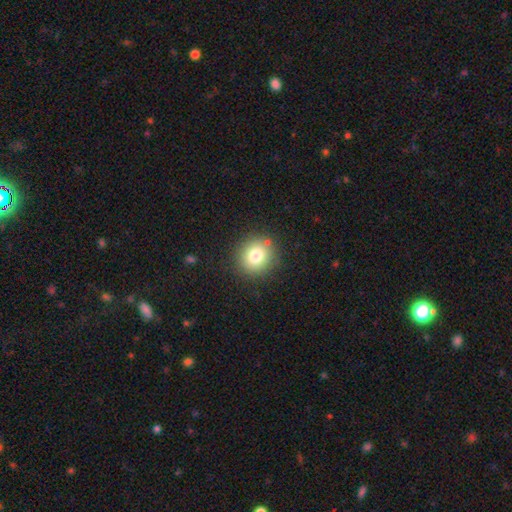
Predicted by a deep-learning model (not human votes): Smooth or featured? Predicted: smooth (p=0.80). How rounded? Predicted: round (p=0.87). Merging? Predicted: none (p=0.86).